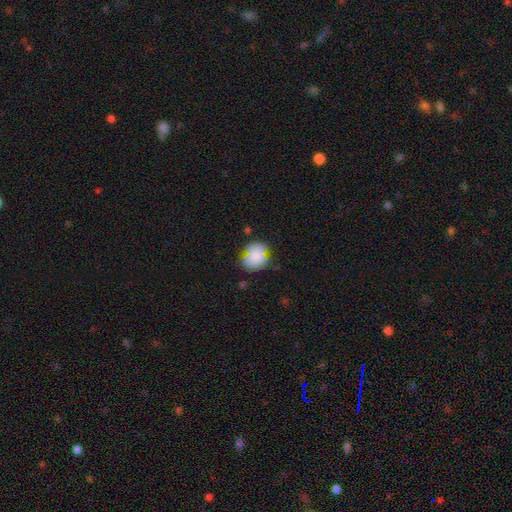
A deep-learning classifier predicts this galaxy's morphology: smooth_or_featured: smooth (p=0.81) [alt: star or artifact p=0.10]
how_rounded: round (p=0.61) [alt: in between p=0.38]
merging: none (p=0.66) [alt: minor disturbance p=0.22]